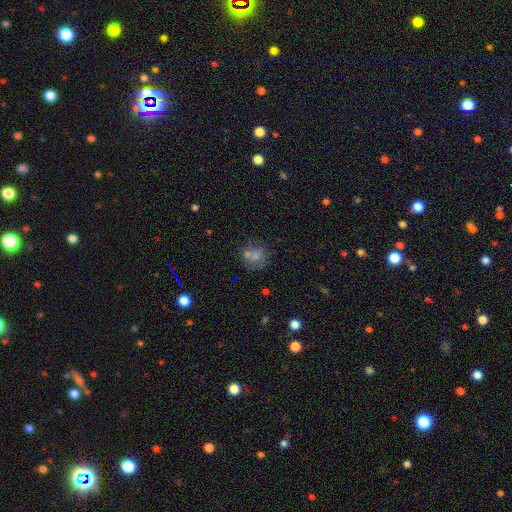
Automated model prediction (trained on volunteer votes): A smooth galaxy with no disk features (54%) that is round (81%). Merging: none (62%).